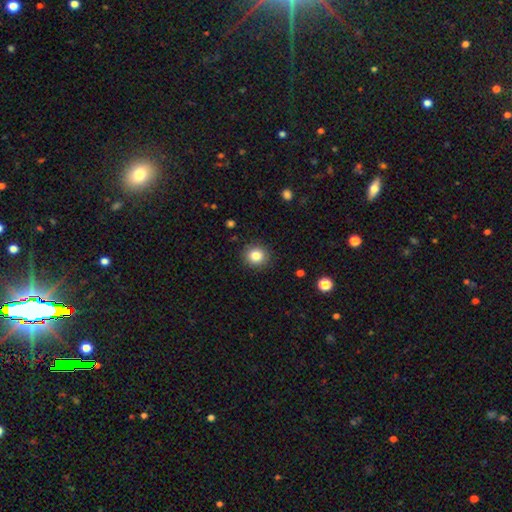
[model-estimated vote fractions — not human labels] Smooth or featured? Predicted: smooth (p=0.83). How rounded? Predicted: round (p=0.88). Merging? Predicted: none (p=0.90).